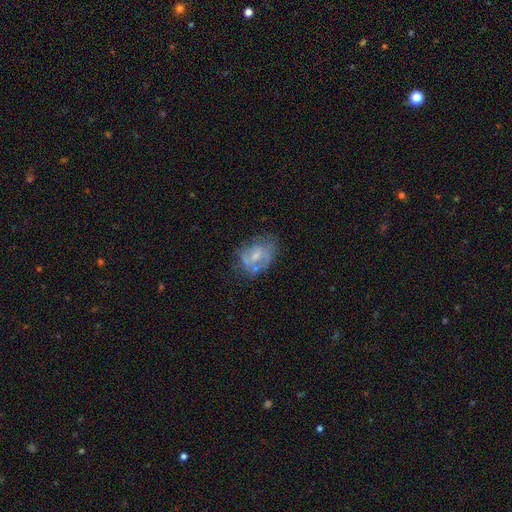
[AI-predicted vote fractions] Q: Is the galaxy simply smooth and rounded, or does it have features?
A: featured or disk — 57%.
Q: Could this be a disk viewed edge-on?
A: no — 97%.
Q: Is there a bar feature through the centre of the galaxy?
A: no — 67%.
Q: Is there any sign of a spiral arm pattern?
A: no — 61%.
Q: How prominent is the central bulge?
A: small — 40%, tied with moderate.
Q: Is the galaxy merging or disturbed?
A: none — 47%.